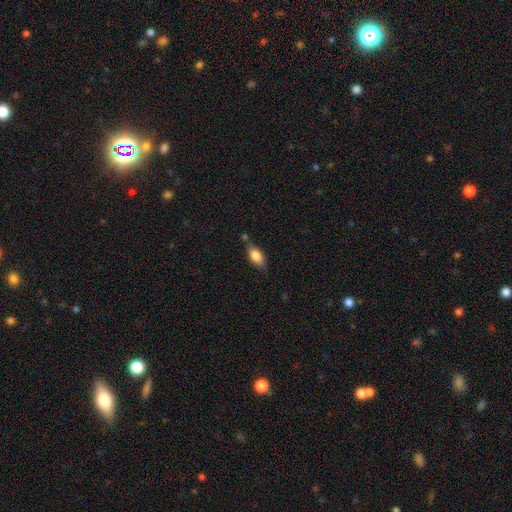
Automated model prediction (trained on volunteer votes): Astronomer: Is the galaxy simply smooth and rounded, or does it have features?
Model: smooth — 80%.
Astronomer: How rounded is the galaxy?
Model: in between — 86%.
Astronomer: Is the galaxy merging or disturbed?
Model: none — 65%.